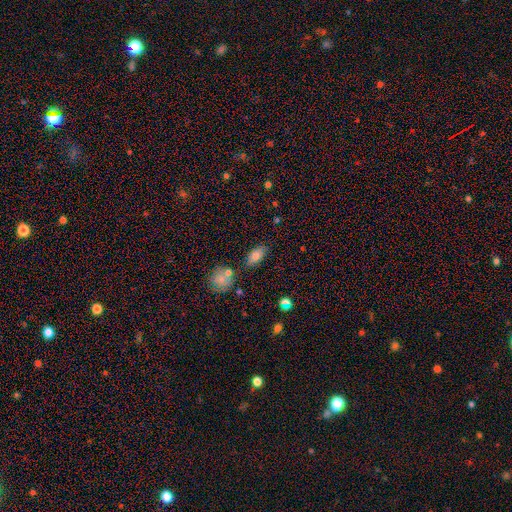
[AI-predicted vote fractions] This is likely a smooth galaxy (77%). How rounded: clearly in between (88%). Merging: likely none (78%).